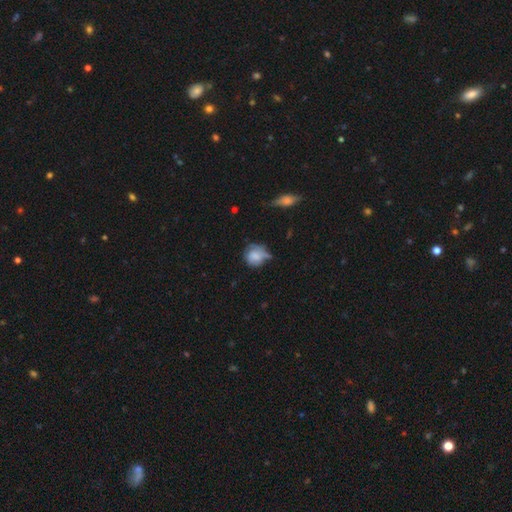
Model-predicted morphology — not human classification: Smooth or featured? Predicted: smooth (p=0.64). How rounded? Predicted: round (p=0.77). Merging? Predicted: none (p=0.42).